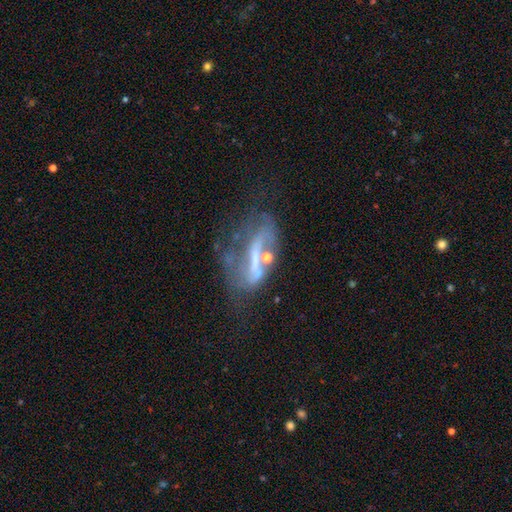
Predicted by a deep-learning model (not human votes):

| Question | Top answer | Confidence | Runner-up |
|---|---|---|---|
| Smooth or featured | featured or disk | 65% | smooth (21%) |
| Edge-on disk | no | 83% | yes (17%) |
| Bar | no | 39% | strong (34%) |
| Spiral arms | no | 58% | yes (42%) |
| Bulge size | small | 38% | none (34%) |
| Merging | major disturbance | 35% | none (32%) |